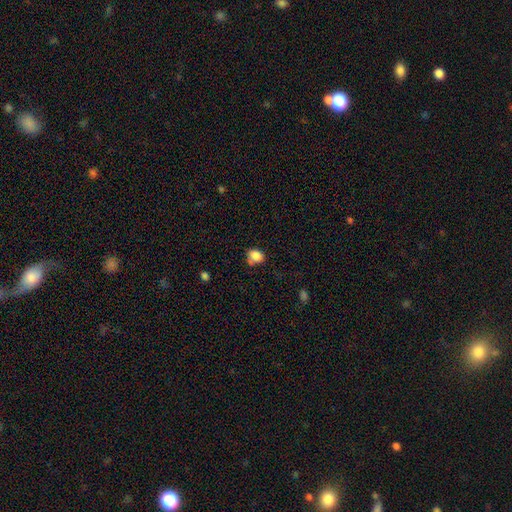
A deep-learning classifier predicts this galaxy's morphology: The model was most divided on "how rounded": in between: 58%, round: 41%, cigar-shaped: 1%. More confident: smooth or featured — smooth (83%); merging — none (53%).